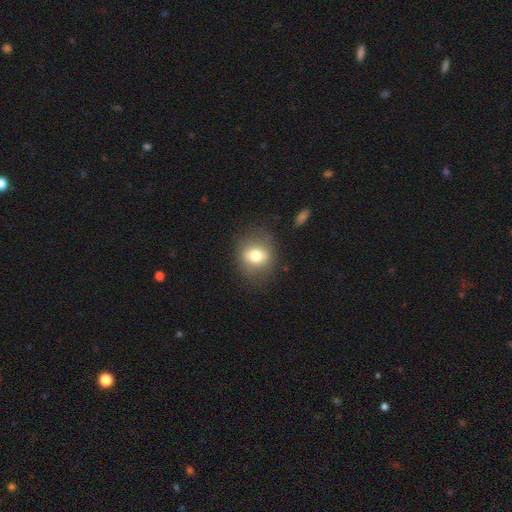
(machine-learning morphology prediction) Q: Smooth or featured?
A: smooth (70%); runner-up: featured or disk (20%)
Q: How rounded?
A: round (65%); runner-up: in between (33%)
Q: Merging?
A: none (79%); runner-up: minor disturbance (14%)